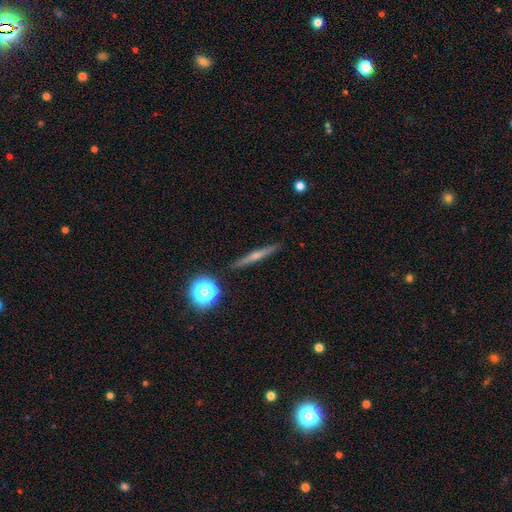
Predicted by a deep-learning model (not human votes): This is possibly a featured or disk galaxy (52%). It is clearly viewed edge-on (96%). Edge-on bulge: possibly rounded (56%). Merging: clearly none (91%).